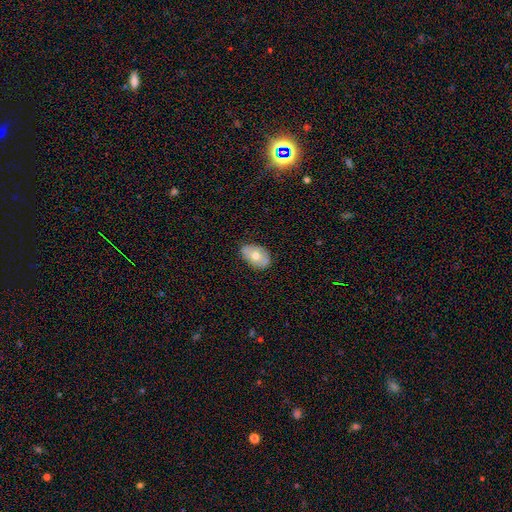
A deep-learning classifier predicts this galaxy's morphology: The model was most divided on "smooth or featured": smooth: 61%, featured or disk: 31%, star or artifact: 8%. More confident: how rounded — in between (87%); merging — none (77%).